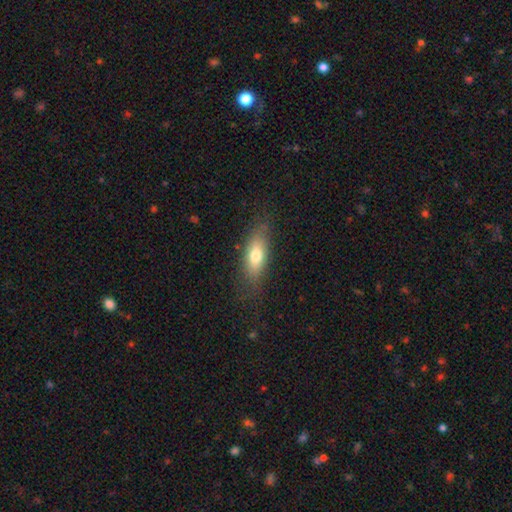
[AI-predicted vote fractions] The model was most divided on "how rounded": in between: 67%, cigar-shaped: 30%, round: 4%. More confident: merging — none (78%); smooth or featured — smooth (70%).